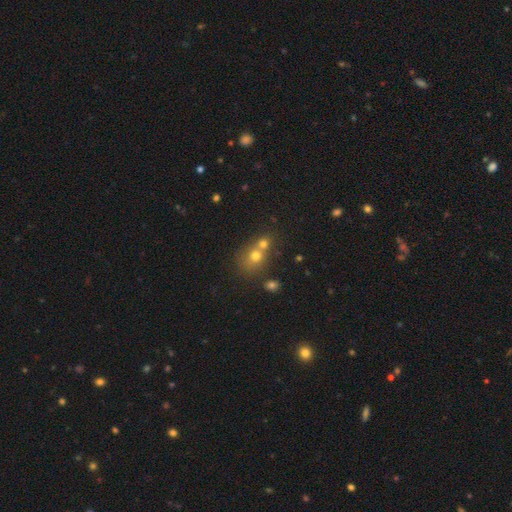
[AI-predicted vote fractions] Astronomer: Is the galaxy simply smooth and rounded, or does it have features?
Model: smooth — 67%.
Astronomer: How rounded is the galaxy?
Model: round — 70%.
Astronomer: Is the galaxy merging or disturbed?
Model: merger — 58%.